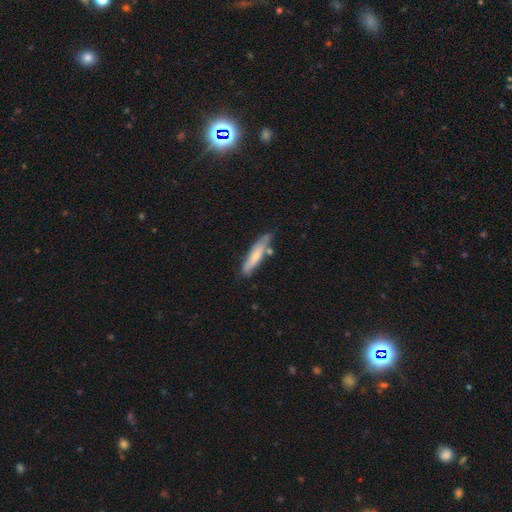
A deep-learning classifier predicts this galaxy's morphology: Smooth or featured? Predicted: smooth (p=0.62). How rounded? Predicted: cigar-shaped (p=0.79). Merging? Predicted: none (p=0.67).